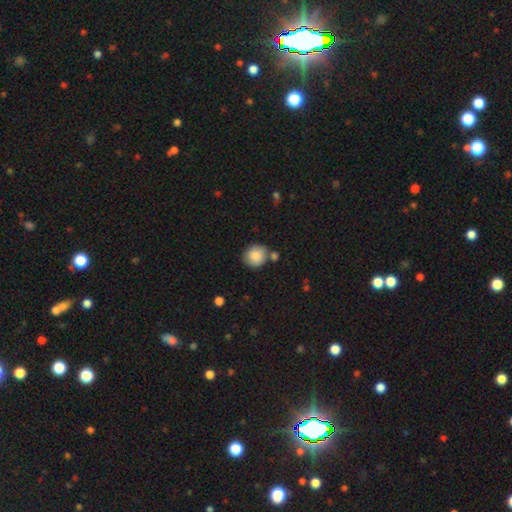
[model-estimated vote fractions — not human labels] A smooth galaxy with no disk features (86%) that is round (88%). Merging: none (71%).